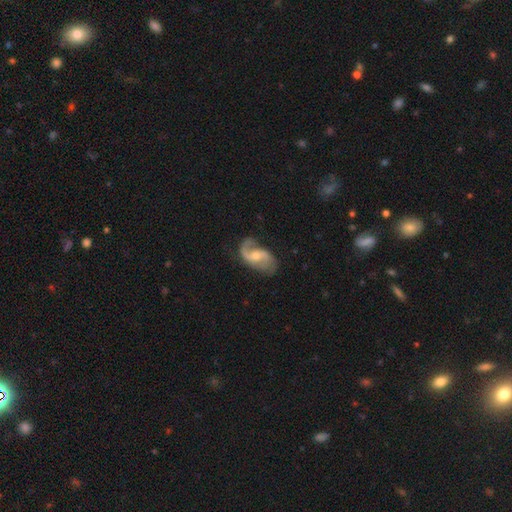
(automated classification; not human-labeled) Smooth or featured: featured or disk — 86% (smooth — 9%)
Edge-on disk: no — 97% (yes — 3%)
Bar: weak — 46% (no — 42%)
Spiral arms: yes — 96% (no — 4%)
Spiral winding: loose — 50% (medium — 40%)
Spiral arm count: 2 — 88% (1 — 5%)
Bulge size: moderate — 51% (small — 41%)
Merging: none — 68% (minor disturbance — 20%)